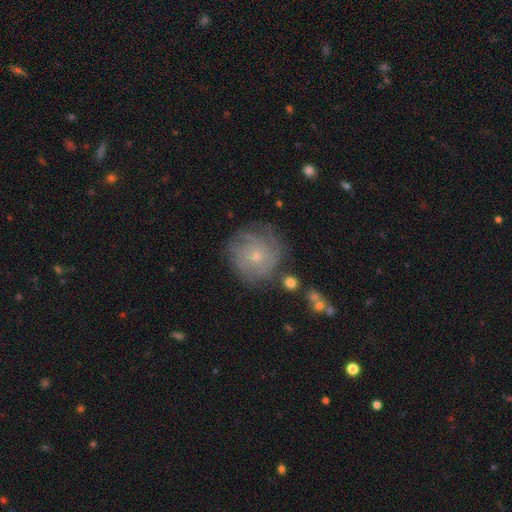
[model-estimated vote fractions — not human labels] Smooth or featured? Predicted: featured or disk (p=0.57). Edge-on disk? Predicted: no (p=0.97). Bar? Predicted: no (p=0.85). Spiral arms? Predicted: yes (p=0.77). Bulge size? Predicted: small (p=0.75). Merging? Predicted: none (p=0.66).